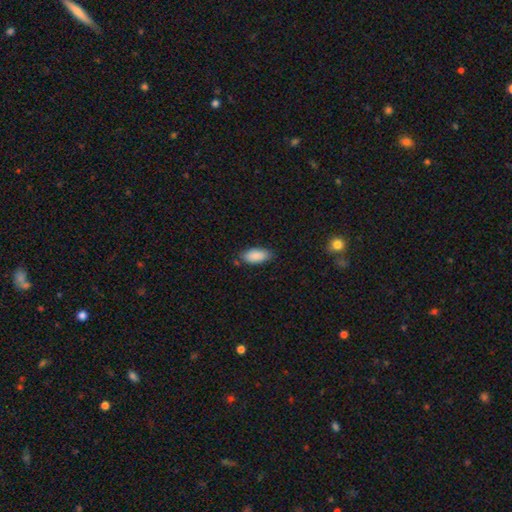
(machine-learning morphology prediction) Smooth or featured? smooth (88%)
How rounded? in between (91%)
Merging? none (77%)